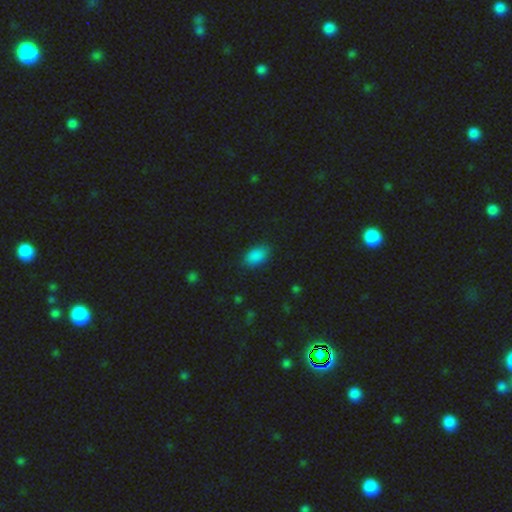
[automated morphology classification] Smooth or featured?
  - smooth: 85% *
  - star or artifact: 11%
  - featured or disk: 4%
How rounded?
  - in between: 89% *
  - round: 9%
  - cigar-shaped: 2%
Merging?
  - none: 84% *
  - minor disturbance: 12%
  - major disturbance: 3%
  - merger: 1%